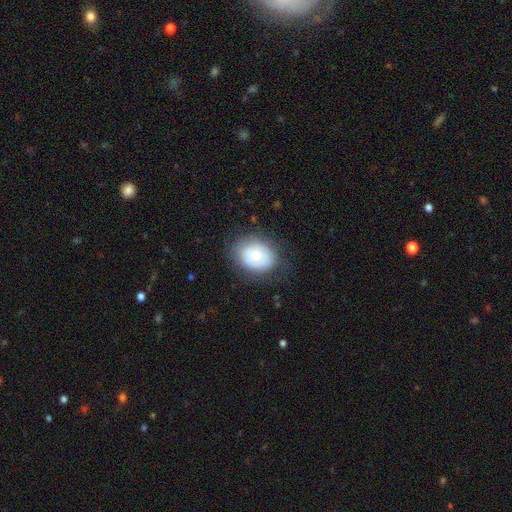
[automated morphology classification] type=smooth (64%); roundness=in between (55%); merging=none (72%).